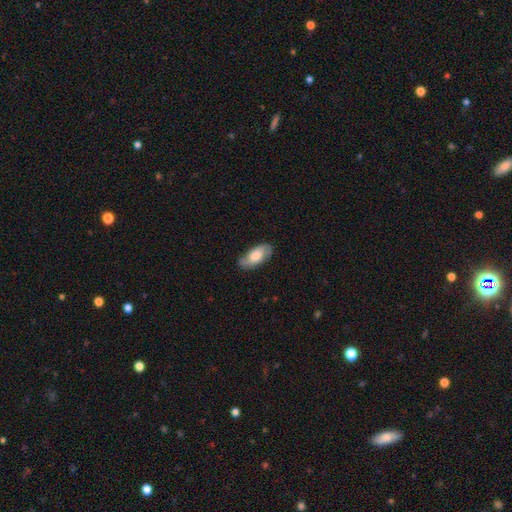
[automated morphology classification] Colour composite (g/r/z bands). It shows a smooth galaxy with no disk features (58%) that is in between round and cigar-shaped (89%). Merging: none (75%).